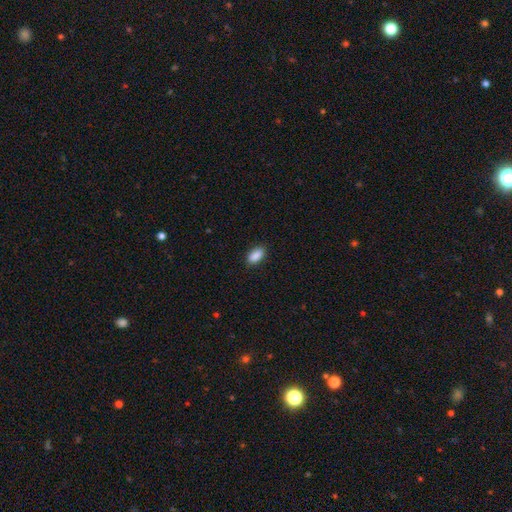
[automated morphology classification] Overall: smooth (90%). How rounded: in between (90%). Merging: none (88%).